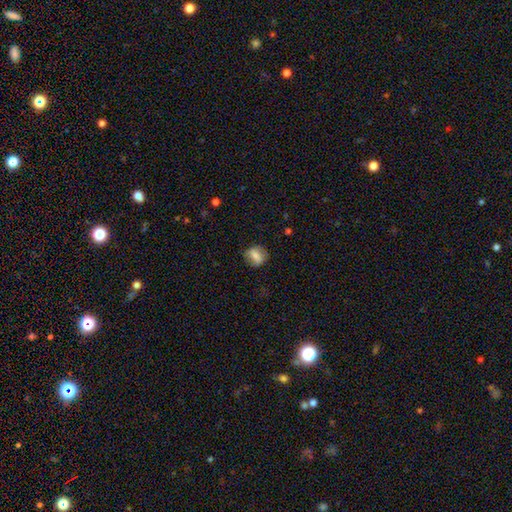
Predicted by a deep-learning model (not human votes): Smooth or featured?
  - smooth: 69% *
  - featured or disk: 23%
  - star or artifact: 9%
How rounded?
  - round: 58% *
  - in between: 39%
  - cigar-shaped: 2%
Merging?
  - none: 75% *
  - minor disturbance: 18%
  - major disturbance: 6%
  - merger: 1%